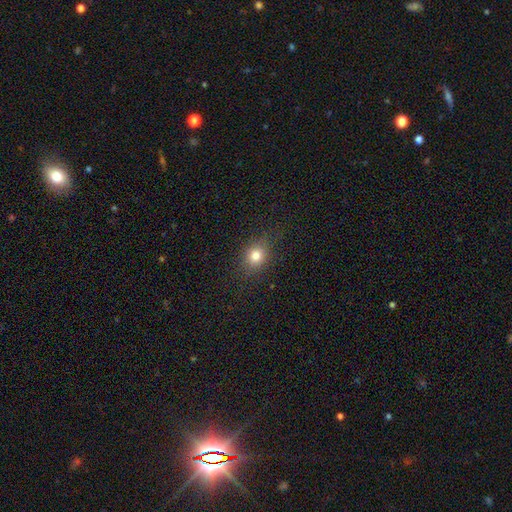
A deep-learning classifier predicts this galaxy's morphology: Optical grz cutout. It shows a smooth galaxy with no disk features (78%) that is round (60%). Merging: none (81%).